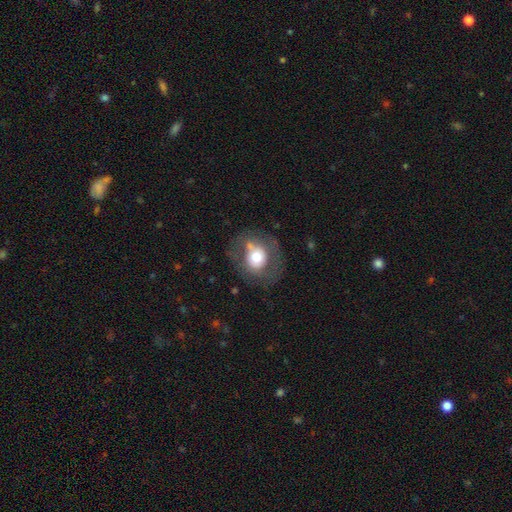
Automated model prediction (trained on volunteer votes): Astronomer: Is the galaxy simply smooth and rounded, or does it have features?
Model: smooth — 53% (runner-up: featured or disk, 38%).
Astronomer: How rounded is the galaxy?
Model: round — 71%.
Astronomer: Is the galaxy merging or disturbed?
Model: none — 65%.